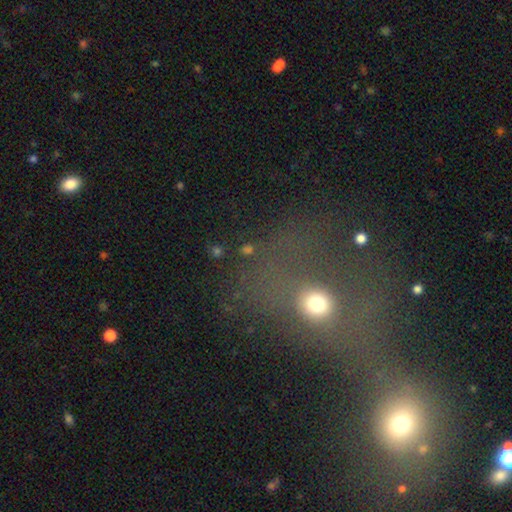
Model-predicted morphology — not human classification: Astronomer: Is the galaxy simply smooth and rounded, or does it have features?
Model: smooth — 41% (runner-up: star or artifact, 38%).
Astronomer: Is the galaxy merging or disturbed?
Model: none — 38% (runner-up: merger, 36%).